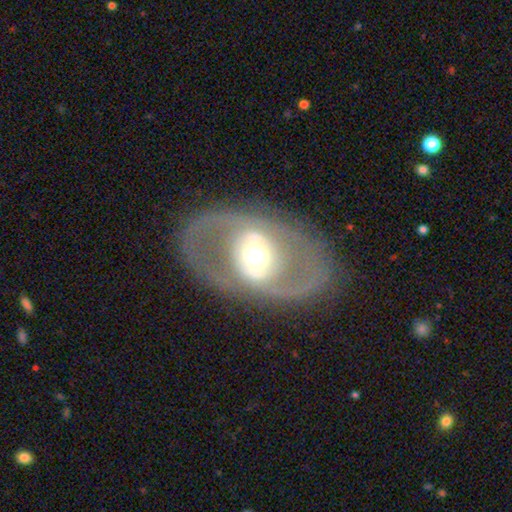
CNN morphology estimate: A featured or disk galaxy (74%) with no bar (46%), no spiral arms (60%) and a moderate central bulge (60%). Merging: none (77%).